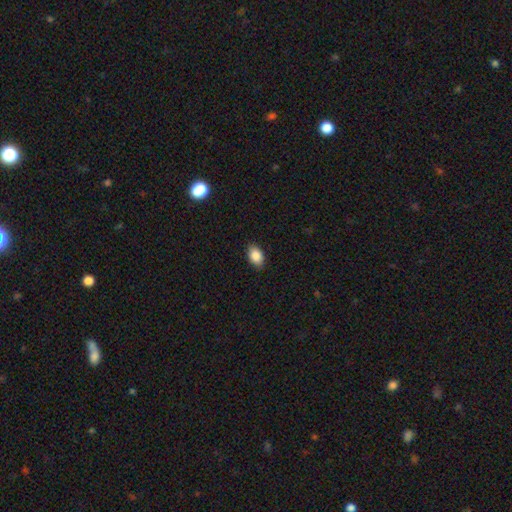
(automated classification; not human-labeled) Q: Smooth or featured?
A: smooth (89%); runner-up: star or artifact (7%)
Q: How rounded?
A: in between (86%); runner-up: round (13%)
Q: Merging?
A: none (89%); runner-up: minor disturbance (8%)